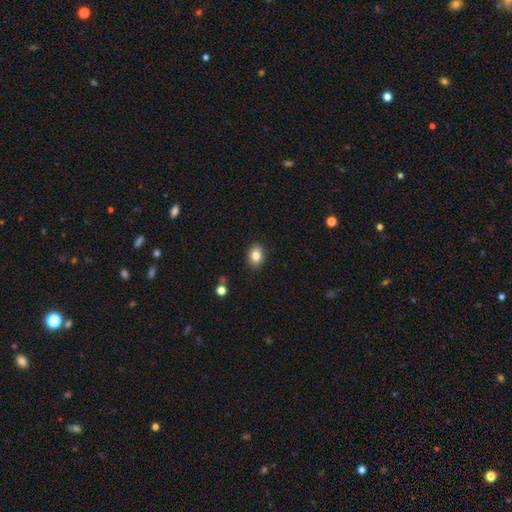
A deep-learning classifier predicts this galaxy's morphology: Smooth or featured? Predicted: smooth (p=0.83). How rounded? Predicted: in between (p=0.68). Merging? Predicted: none (p=0.88).